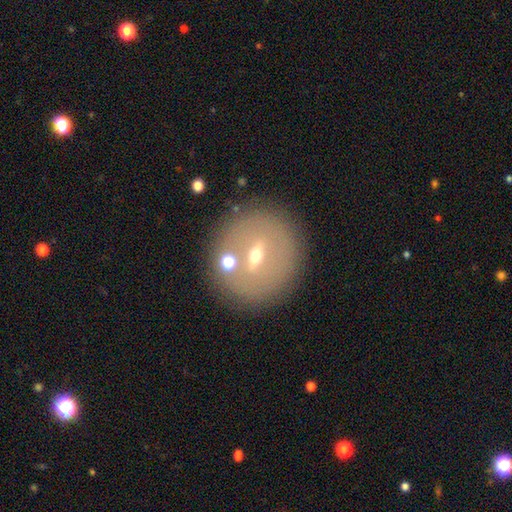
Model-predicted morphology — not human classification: Smooth or featured?
  - featured or disk: 54% *
  - smooth: 34%
  - star or artifact: 12%
Edge-on disk?
  - no: 82% *
  - yes: 18%
Merging?
  - none: 80% *
  - minor disturbance: 10%
  - merger: 7%
  - major disturbance: 4%